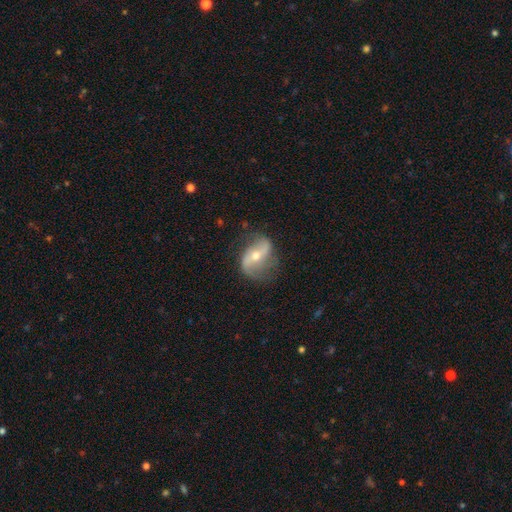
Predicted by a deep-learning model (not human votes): This is clearly a featured or disk galaxy (81%). It is clearly not viewed edge-on (95%). Bar: marginally no (35%). Spiral arm pattern: clearly yes (92%). Spiral arm count: clearly 2 (91%). Spiral winding: likely loose (74%). Central bulge: possibly moderate (51%). Merging: likely none (71%).